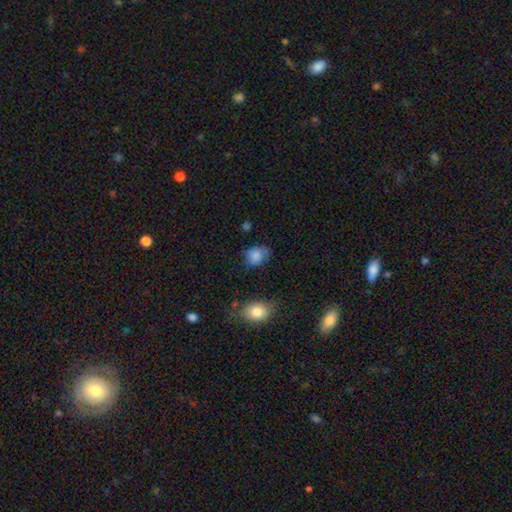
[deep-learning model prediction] This is clearly a smooth galaxy (82%). How rounded: possibly round (52%). Merging: possibly none (57%).